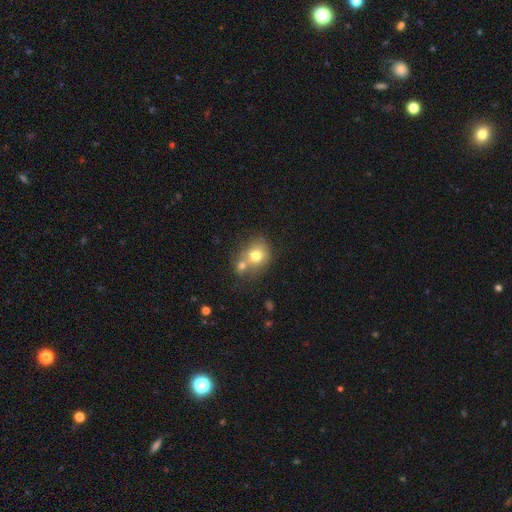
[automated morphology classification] Smooth or featured? smooth (72%)
How rounded? round (68%)
Merging? merger (47%)